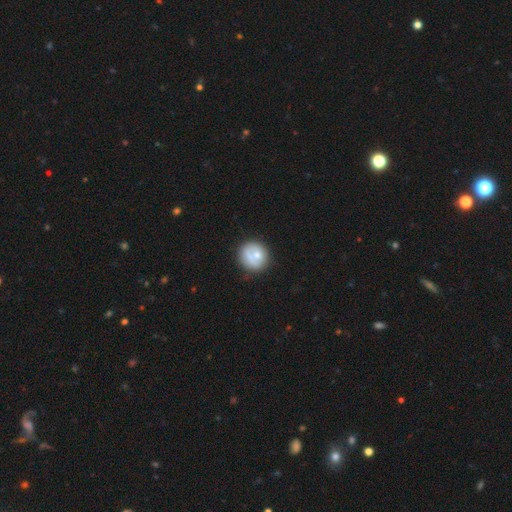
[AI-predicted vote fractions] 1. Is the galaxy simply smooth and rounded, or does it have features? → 63% smooth, 29% featured or disk, 7% star or artifact.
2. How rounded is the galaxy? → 87% round, 12% in between, 1% cigar-shaped.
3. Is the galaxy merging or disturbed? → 64% none, 20% minor disturbance, 9% merger, 7% major disturbance.